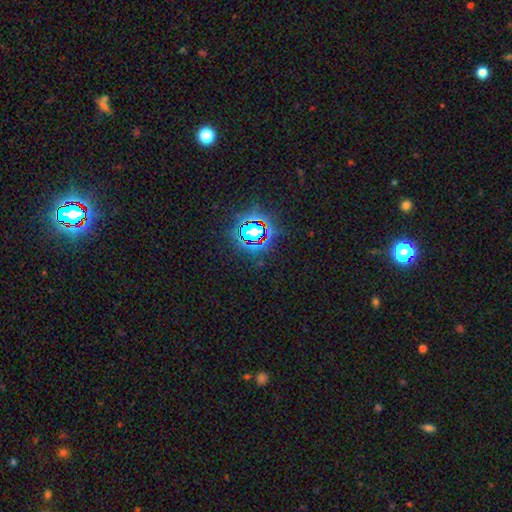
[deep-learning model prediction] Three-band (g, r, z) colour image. It shows a star or artifact, not a galaxy (81%).